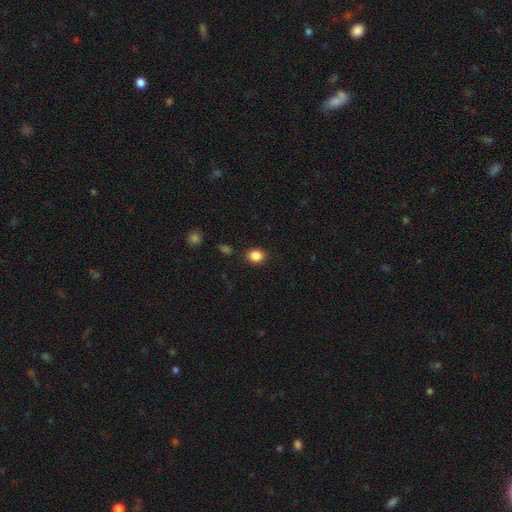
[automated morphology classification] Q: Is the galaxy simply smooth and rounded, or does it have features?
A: smooth — 86%.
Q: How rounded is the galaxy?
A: round — 61%.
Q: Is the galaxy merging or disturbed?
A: none — 87%.